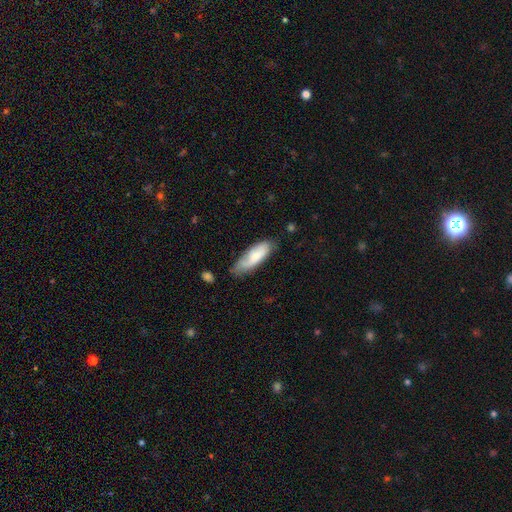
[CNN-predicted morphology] The model was most divided on "merging": none: 58%, minor disturbance: 31%, major disturbance: 8%, merger: 3%. More confident: smooth or featured — smooth (66%); how rounded — in between (66%).